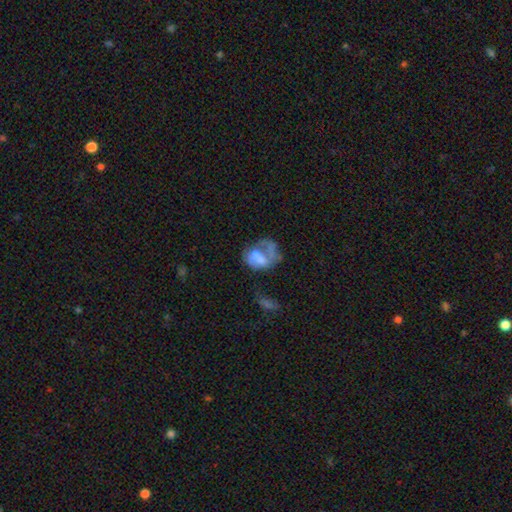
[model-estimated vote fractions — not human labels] Smooth or featured: featured or disk — 49% (smooth — 37%)
Merging: major disturbance — 34% (none — 28%)